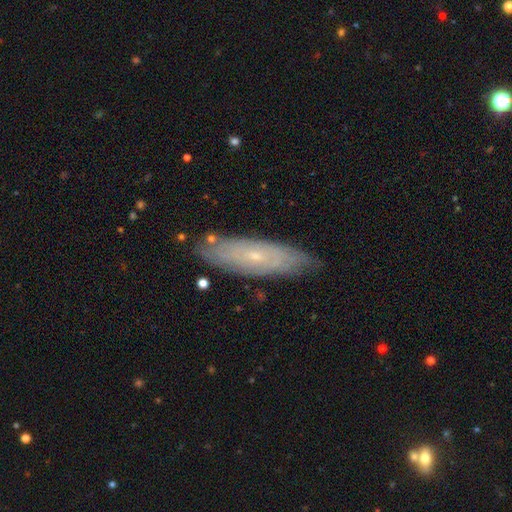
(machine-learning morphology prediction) Smooth or featured: featured or disk — 63% (smooth — 29%)
Edge-on disk: no — 69% (yes — 31%)
Merging: none — 83% (minor disturbance — 13%)